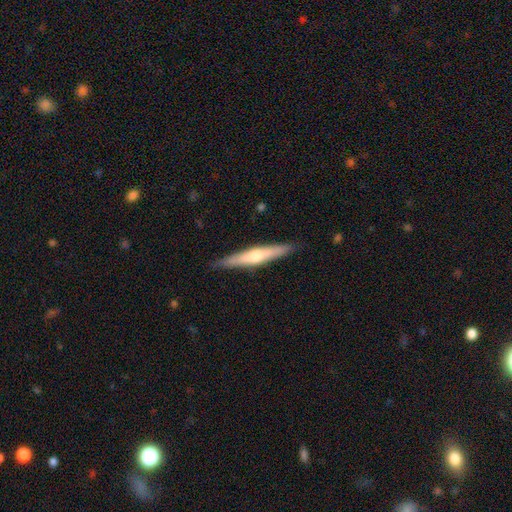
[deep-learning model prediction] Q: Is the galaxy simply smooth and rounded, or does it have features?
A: featured or disk — 59%.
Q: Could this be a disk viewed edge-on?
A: yes — 96%.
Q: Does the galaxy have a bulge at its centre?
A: rounded — 80%.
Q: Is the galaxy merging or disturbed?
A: none — 90%.